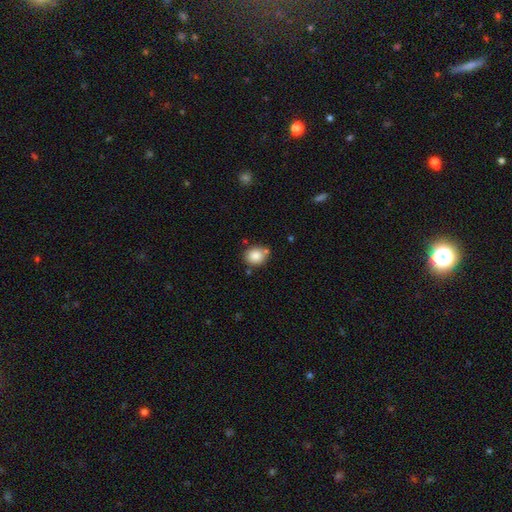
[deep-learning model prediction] Morphology: type=smooth (85%); roundness=round (76%); merging=none (73%).